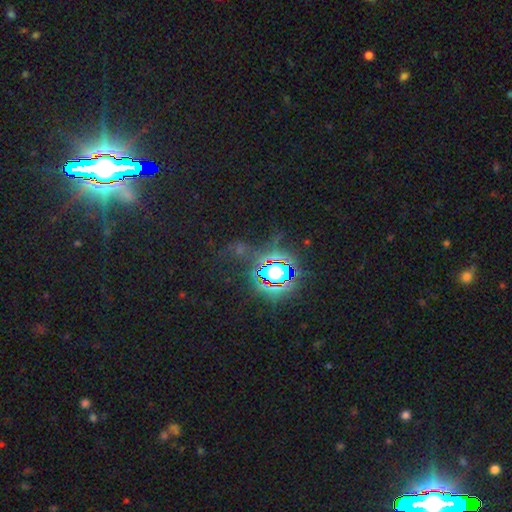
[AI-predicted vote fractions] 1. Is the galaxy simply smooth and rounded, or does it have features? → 86% star or artifact, 8% smooth, 7% featured or disk.